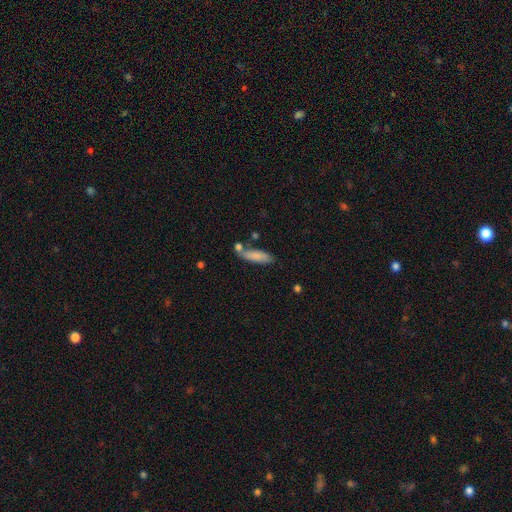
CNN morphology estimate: Smooth or featured?
  - smooth: 80% *
  - featured or disk: 13%
  - star or artifact: 7%
How rounded?
  - cigar-shaped: 53% *
  - in between: 45%
  - round: 2%
Merging?
  - none: 60% *
  - minor disturbance: 18%
  - merger: 17%
  - major disturbance: 5%